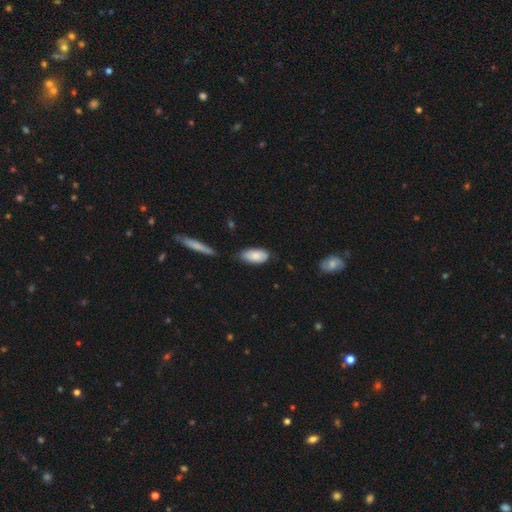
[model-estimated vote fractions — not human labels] A smooth galaxy with no disk features (83%) that is in between round and cigar-shaped (91%). Merging: none (66%).